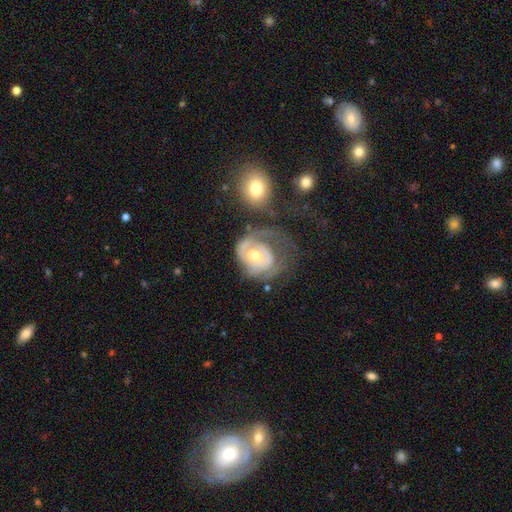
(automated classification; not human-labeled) smooth_or_featured: featured or disk (p=0.77) [alt: smooth p=0.16]
disk_edge_on: no (p=0.97) [alt: yes p=0.03]
bar: no (p=0.69) [alt: weak p=0.25]
has_spiral_arms: yes (p=0.83) [alt: no p=0.17]
spiral_winding: tight (p=0.54) [alt: medium p=0.31]
spiral_arm_count: 2 (p=0.36) [alt: can't tell p=0.27]
bulge_size: moderate (p=0.61) [alt: small p=0.33]
merging: major disturbance (p=0.38) [alt: none p=0.33]